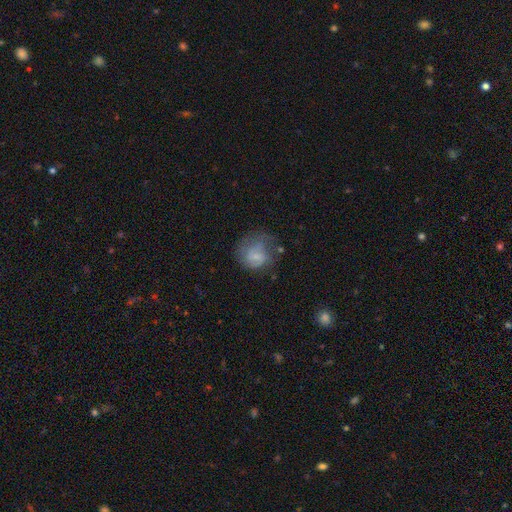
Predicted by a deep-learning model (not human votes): smooth 50%, featured or disk 41%, star or artifact 10%. Down the decision tree: merging — none (41%).